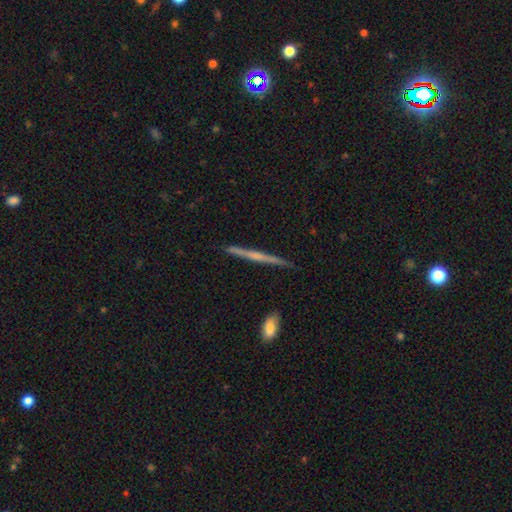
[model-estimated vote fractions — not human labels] Morphology: type=featured or disk (64%); edge-on=yes (98%); edge-on bulge=none (54%); merging=none (90%).